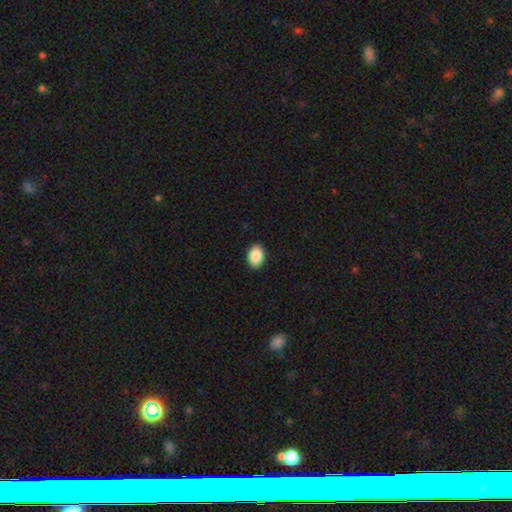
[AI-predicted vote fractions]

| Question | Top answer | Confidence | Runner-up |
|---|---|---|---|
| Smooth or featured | smooth | 90% | star or artifact (7%) |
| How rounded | in between | 83% | round (16%) |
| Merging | none | 91% | minor disturbance (7%) |